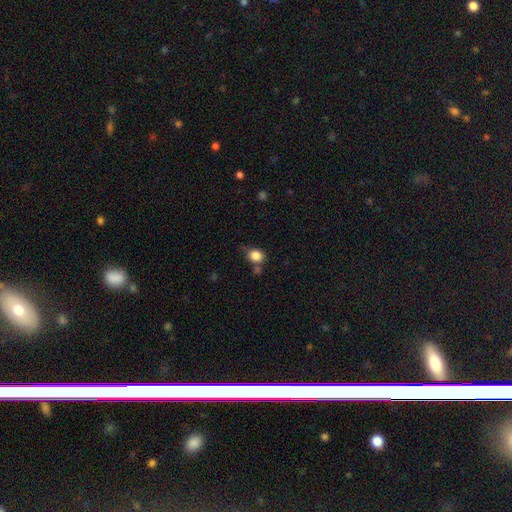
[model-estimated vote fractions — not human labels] A smooth galaxy with no disk features (85%) that is round (59%).

Vote fractions:
- Smooth or featured? smooth: 85% / star or artifact: 10% / featured or disk: 5%
- How rounded? round: 59% / in between: 40% / cigar-shaped: 1%
- Merging? none: 63% / minor disturbance: 20% / merger: 11% / major disturbance: 6%